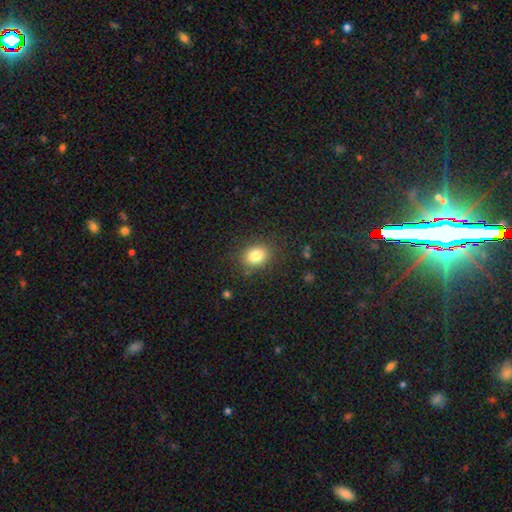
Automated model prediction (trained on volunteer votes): smooth 82%, star or artifact 11%, featured or disk 7%. Down the decision tree: how rounded — round (57%); merging — none (84%).